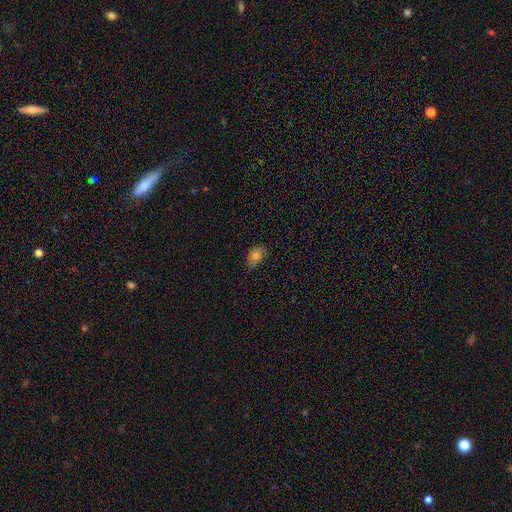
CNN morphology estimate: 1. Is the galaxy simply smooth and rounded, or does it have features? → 74% smooth, 13% featured or disk, 13% star or artifact.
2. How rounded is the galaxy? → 76% in between, 22% round, 2% cigar-shaped.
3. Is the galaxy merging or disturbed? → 67% none, 26% minor disturbance, 5% major disturbance, 1% merger.